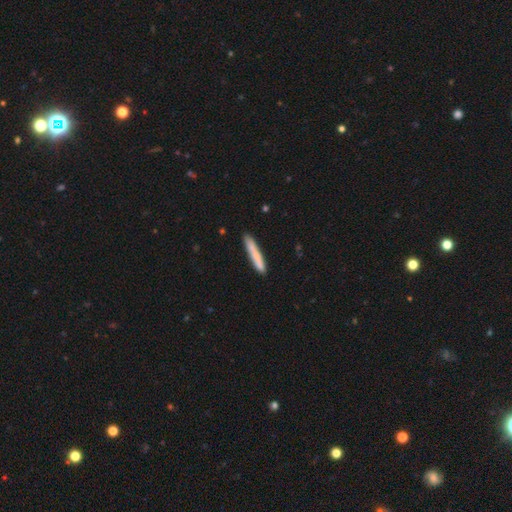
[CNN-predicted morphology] A smooth galaxy with no disk features (75%) that is cigar-shaped (94%).

Vote fractions:
- Smooth or featured? smooth: 75% / featured or disk: 18% / star or artifact: 6%
- How rounded? cigar-shaped: 94% / in between: 4% / round: 1%
- Merging? none: 83% / minor disturbance: 12% / merger: 2% / major disturbance: 2%